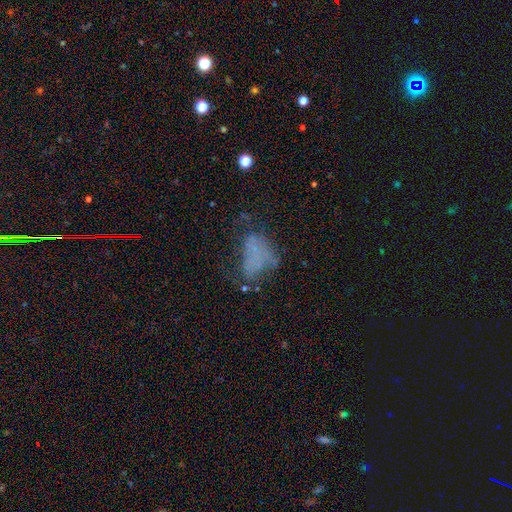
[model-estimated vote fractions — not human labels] Morphology: type=smooth (41%); merging=major disturbance (38%).